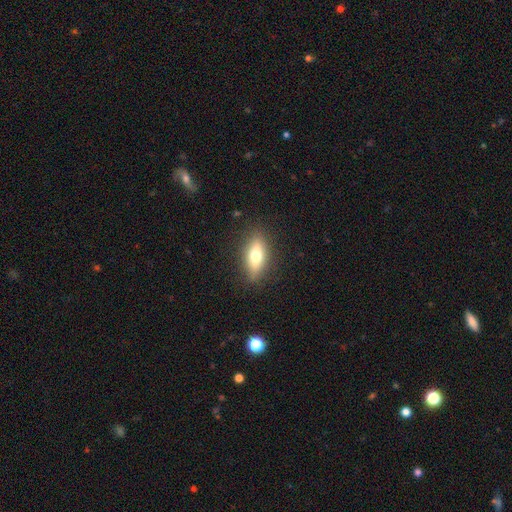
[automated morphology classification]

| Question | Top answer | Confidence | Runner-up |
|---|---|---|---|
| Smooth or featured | smooth | 62% | featured or disk (30%) |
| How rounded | in between | 67% | cigar-shaped (29%) |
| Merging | none | 85% | minor disturbance (11%) |